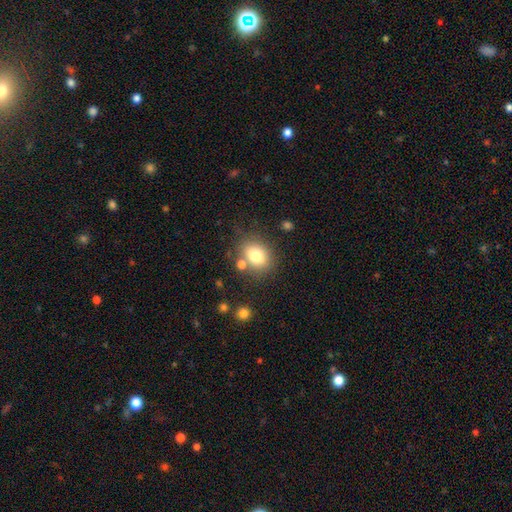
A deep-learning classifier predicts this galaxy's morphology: Smooth or featured? smooth (78%)
How rounded? in between (67%)
Merging? none (69%)